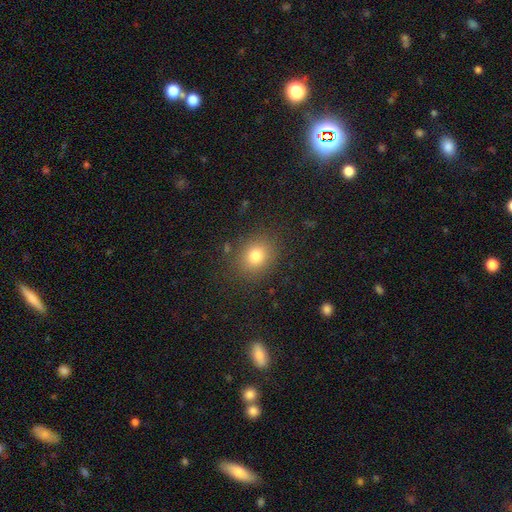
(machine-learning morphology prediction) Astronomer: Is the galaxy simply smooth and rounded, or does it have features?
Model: smooth — 79%.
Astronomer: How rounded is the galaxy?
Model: round — 65%.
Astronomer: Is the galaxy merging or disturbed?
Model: none — 85%.